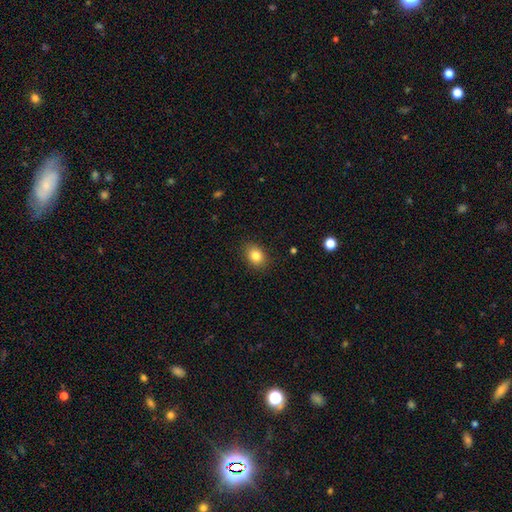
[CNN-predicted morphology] smooth 84%, star or artifact 10%, featured or disk 6%. Down the decision tree: how rounded — in between (58%); merging — none (88%).